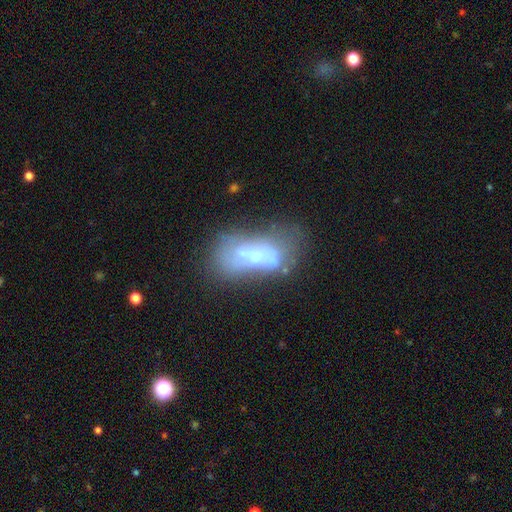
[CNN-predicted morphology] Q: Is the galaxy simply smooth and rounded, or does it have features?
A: featured or disk — 50%.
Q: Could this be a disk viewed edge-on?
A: no — 93%.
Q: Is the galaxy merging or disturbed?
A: merger — 46%.